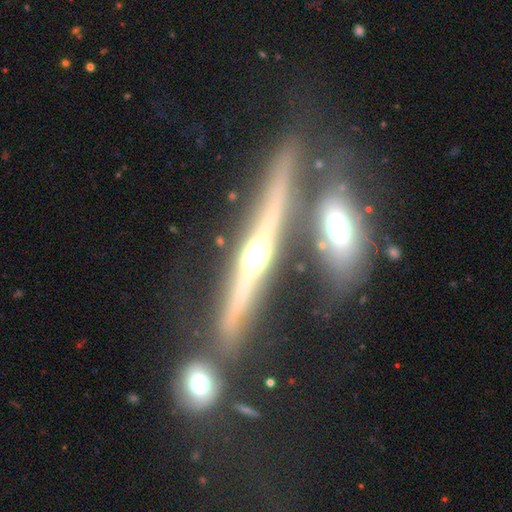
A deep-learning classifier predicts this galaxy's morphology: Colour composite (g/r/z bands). It shows a featured or disk galaxy (67%) viewed edge-on (86%) with a rounded central bulge (81%). Merging: none (59%).